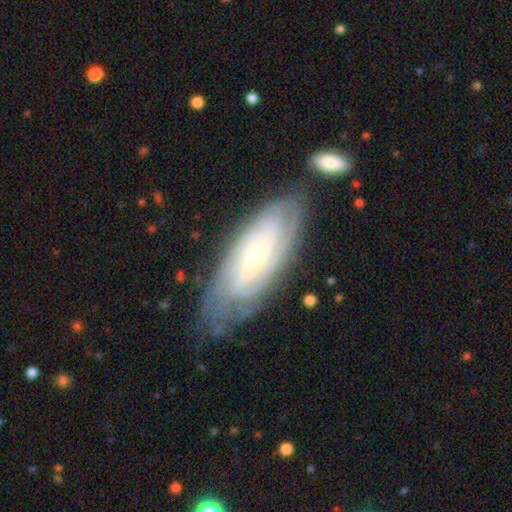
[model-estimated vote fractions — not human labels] This is likely a featured or disk galaxy (79%). It is clearly not viewed edge-on (89%). Bar: likely no (73%). Spiral arm pattern: clearly yes (94%). Spiral arm count: possibly can't tell (50%). Spiral winding: likely tight (77%). Central bulge: likely small (76%). Merging: likely none (73%).